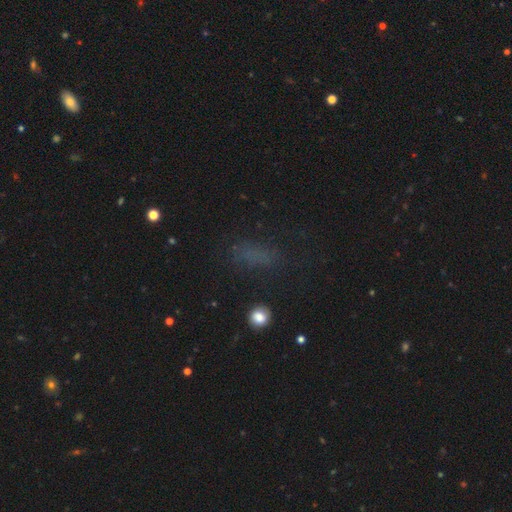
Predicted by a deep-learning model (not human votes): Smooth or featured?
  - smooth: 61% *
  - star or artifact: 27%
  - featured or disk: 12%
How rounded?
  - in between: 62% *
  - cigar-shaped: 28%
  - round: 10%
Merging?
  - none: 71% *
  - minor disturbance: 16%
  - major disturbance: 11%
  - merger: 2%